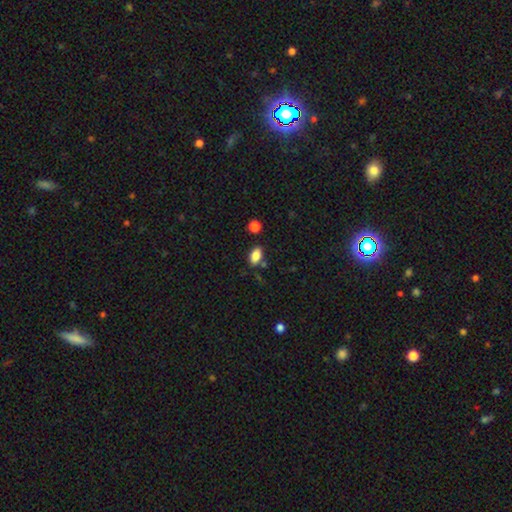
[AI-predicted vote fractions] smooth_or_featured: smooth (p=0.86) [alt: star or artifact p=0.08]
how_rounded: in between (p=0.90) [alt: round p=0.06]
merging: none (p=0.80) [alt: minor disturbance p=0.12]